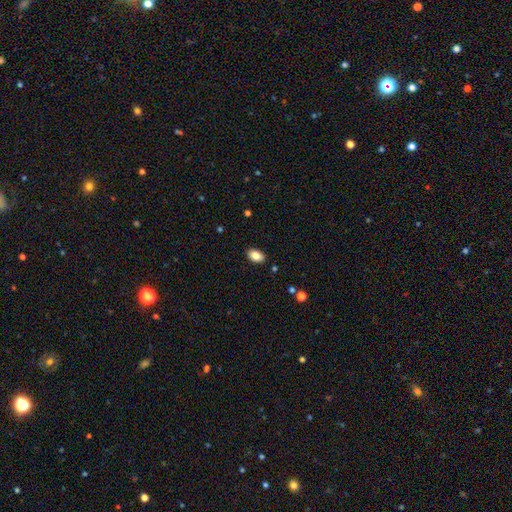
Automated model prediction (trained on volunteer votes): This appears to be a smooth galaxy with no disk features (86%) that is in between round and cigar-shaped (89%). Merging: none (89%).